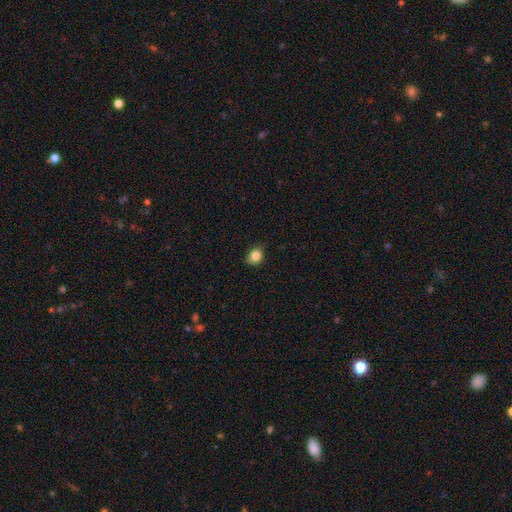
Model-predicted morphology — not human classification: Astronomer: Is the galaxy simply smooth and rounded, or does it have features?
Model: smooth — 83%.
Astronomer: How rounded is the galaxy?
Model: round — 54% (runner-up: in between, 45%).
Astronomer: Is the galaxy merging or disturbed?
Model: none — 76%.